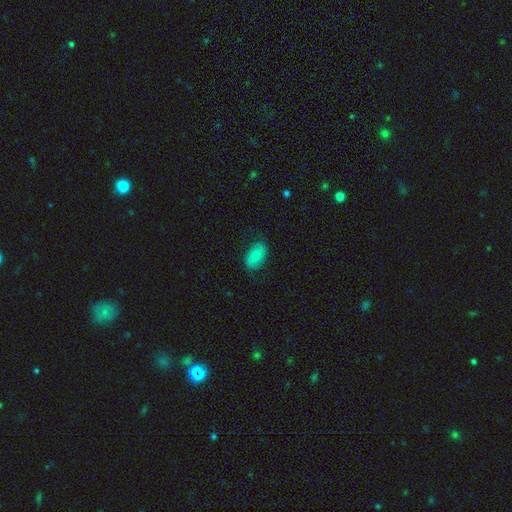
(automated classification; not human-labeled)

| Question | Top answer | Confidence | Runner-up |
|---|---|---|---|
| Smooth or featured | smooth | 71% | featured or disk (21%) |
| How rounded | in between | 89% | round (9%) |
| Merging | none | 80% | minor disturbance (15%) |